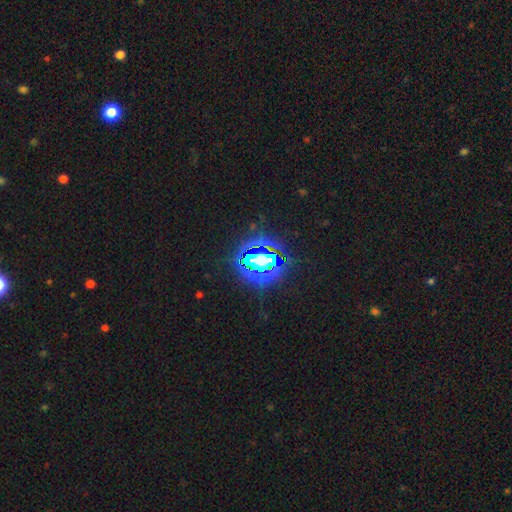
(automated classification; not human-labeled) The model was most divided on "smooth or featured": star or artifact: 75%, smooth: 14%, featured or disk: 11%.